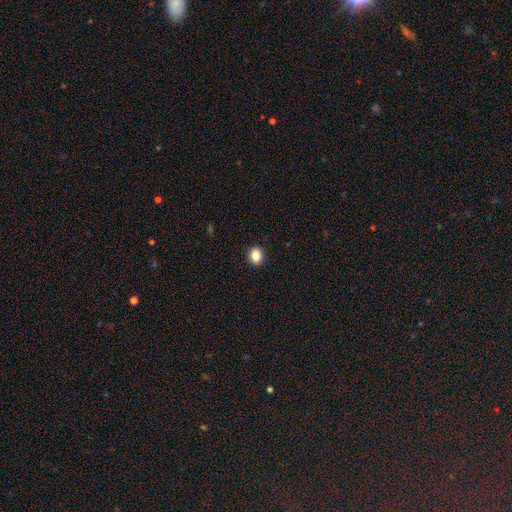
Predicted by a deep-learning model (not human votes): Overall: smooth (86%). How rounded: round (53%; in between 46%). Merging: none (91%).